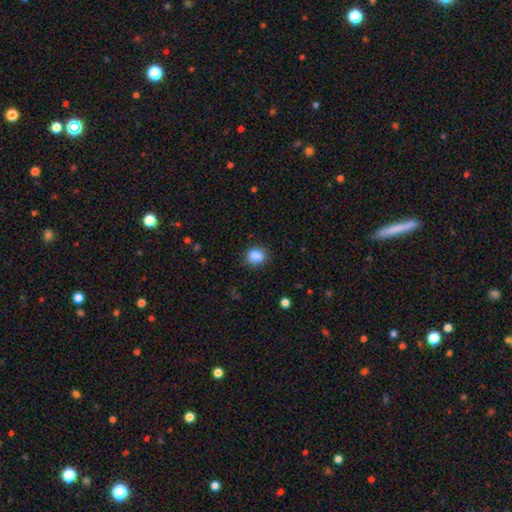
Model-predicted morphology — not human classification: smooth_or_featured: smooth (p=0.88) [alt: star or artifact p=0.09]
how_rounded: round (p=0.66) [alt: in between p=0.33]
merging: none (p=0.85) [alt: minor disturbance p=0.11]